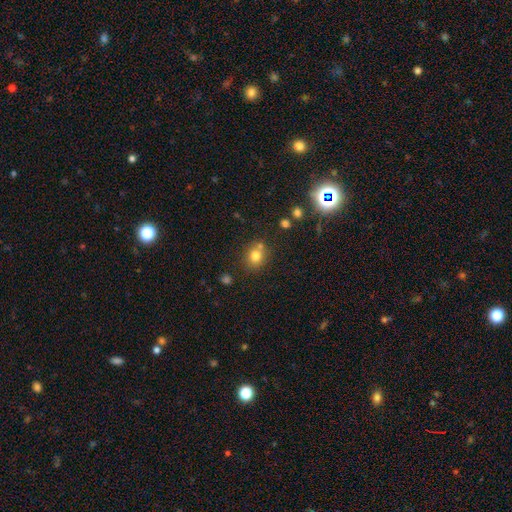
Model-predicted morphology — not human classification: Q: Smooth or featured?
A: smooth (77%); runner-up: star or artifact (14%)
Q: How rounded?
A: round (77%); runner-up: in between (23%)
Q: Merging?
A: none (65%); runner-up: merger (19%)